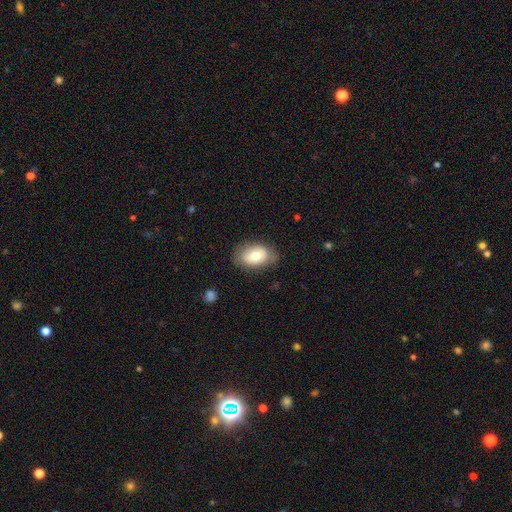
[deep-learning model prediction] Smooth or featured: smooth — 70% (featured or disk — 23%)
How rounded: in between — 86% (round — 12%)
Merging: none — 75% (minor disturbance — 18%)